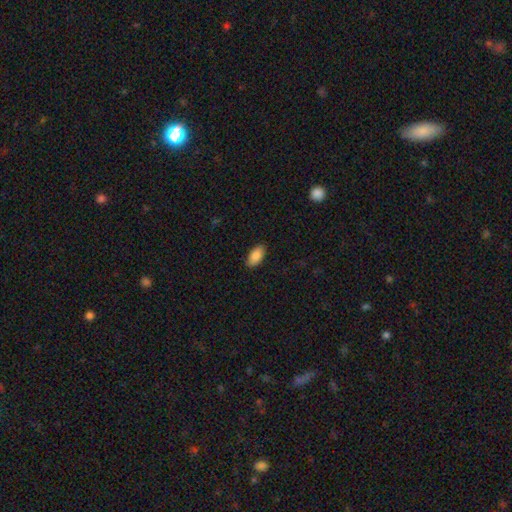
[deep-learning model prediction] A smooth galaxy with no disk features (87%) that is in between round and cigar-shaped (94%).

Vote fractions:
- Smooth or featured? smooth: 87% / star or artifact: 7% / featured or disk: 6%
- How rounded? in between: 94% / cigar-shaped: 4% / round: 3%
- Merging? none: 89% / minor disturbance: 8% / major disturbance: 2% / merger: 1%